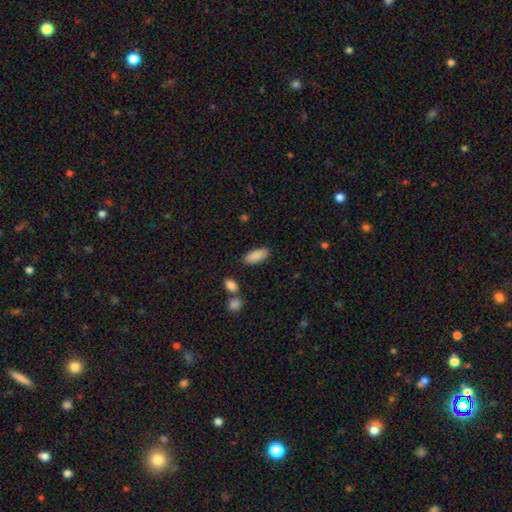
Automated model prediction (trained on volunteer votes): Overall: smooth (88%). How rounded: in between (83%). Merging: none (84%).